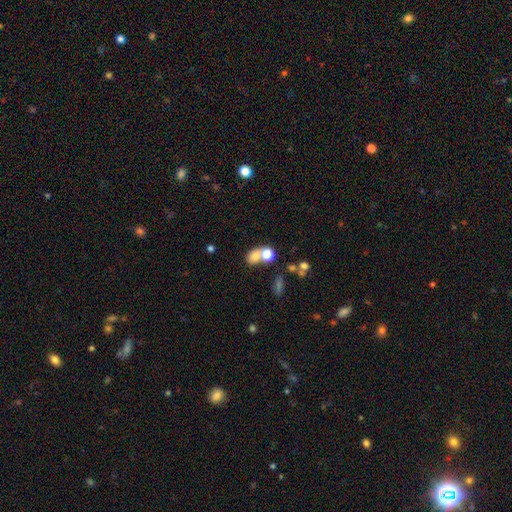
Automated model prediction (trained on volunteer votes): smooth 73%, star or artifact 14%, featured or disk 13%. Down the decision tree: how rounded — in between (61%); merging — merger (49%).